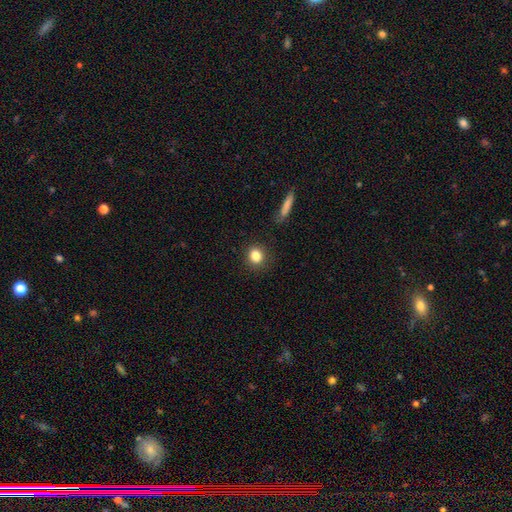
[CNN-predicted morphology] Smooth or featured? smooth (83%)
How rounded? round (80%)
Merging? none (87%)